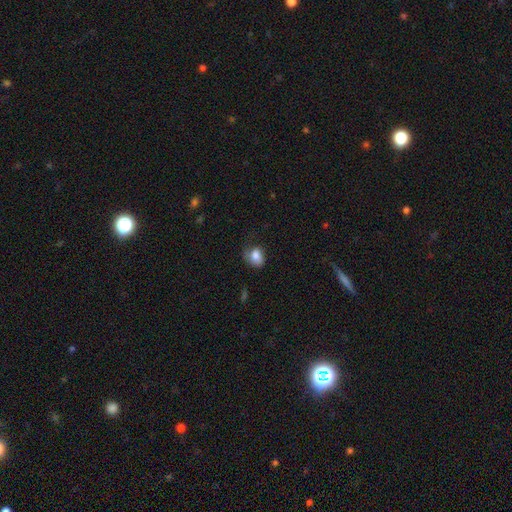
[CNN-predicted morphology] Smooth or featured: smooth — 81% (featured or disk — 10%)
How rounded: in between — 56% (round — 43%)
Merging: none — 46% (minor disturbance — 33%)